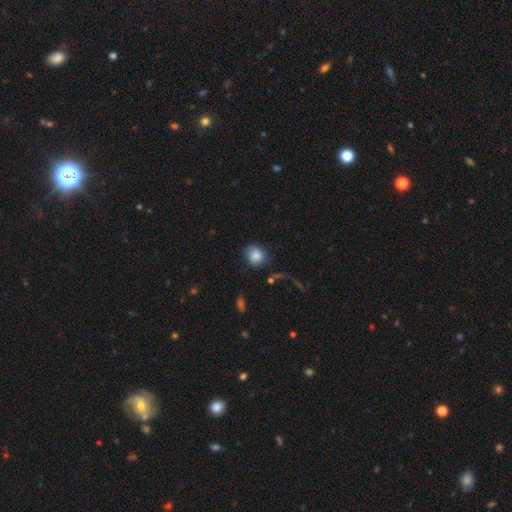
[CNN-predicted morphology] A smooth galaxy with no disk features (85%) that is round (72%). Merging: none (67%).